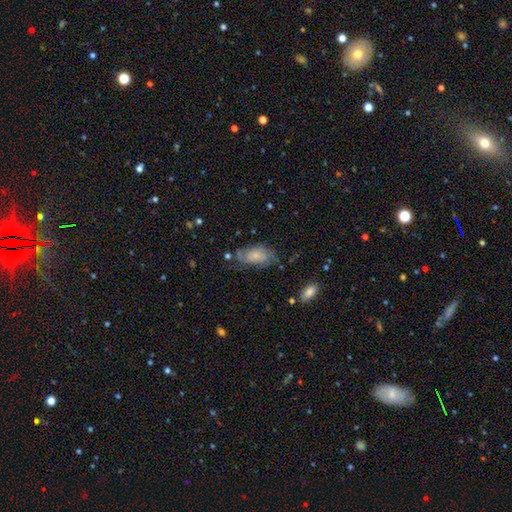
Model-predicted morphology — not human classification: The model was most divided on "smooth or featured": featured or disk: 52%, smooth: 39%, star or artifact: 9%. More confident: edge-on disk — no (94%); merging — none (57%).